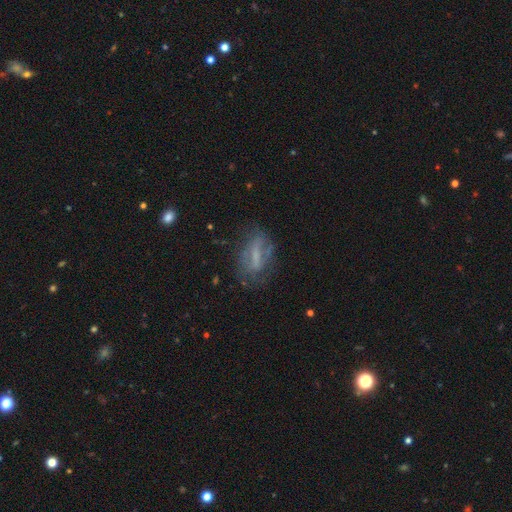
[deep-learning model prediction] Q: Smooth or featured?
A: featured or disk (54%); runner-up: smooth (36%)
Q: Edge-on disk?
A: no (86%); runner-up: yes (14%)
Q: Merging?
A: none (57%); runner-up: minor disturbance (23%)